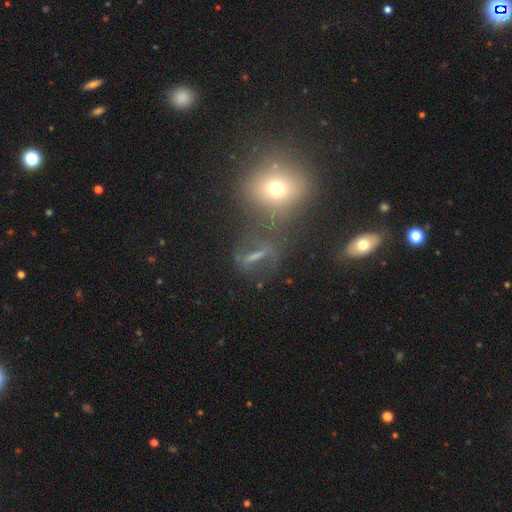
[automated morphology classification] type=featured or disk (36%, tied with smooth); merging=none (54%).